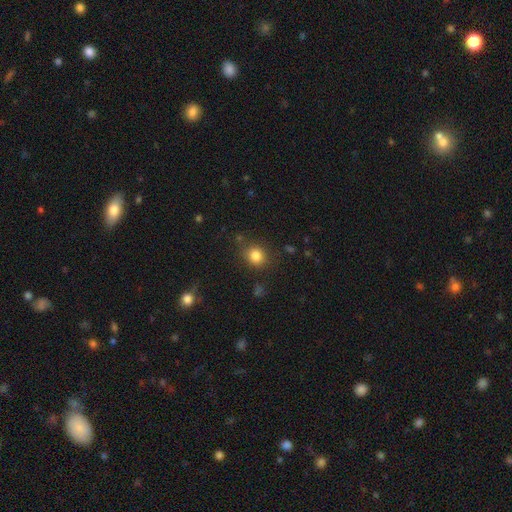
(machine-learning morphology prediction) Smooth or featured? smooth (83%)
How rounded? round (75%)
Merging? none (81%)